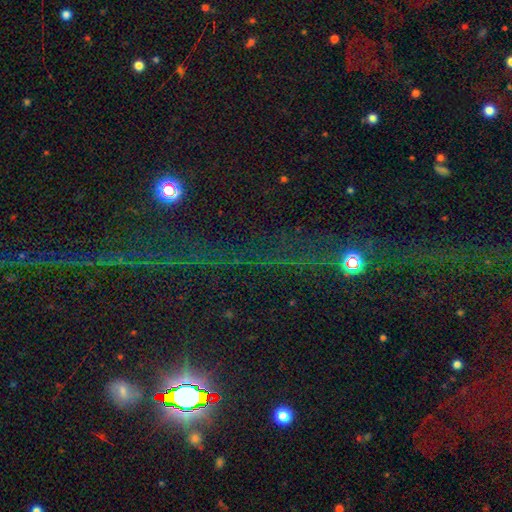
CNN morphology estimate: star or artifact 80%, featured or disk 11%, smooth 10%.